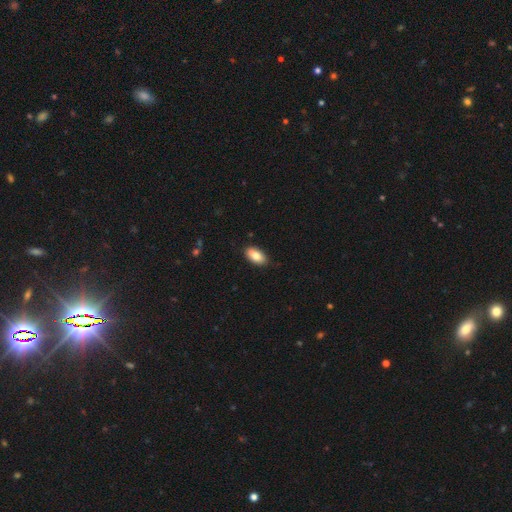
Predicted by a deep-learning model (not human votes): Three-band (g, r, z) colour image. It shows a smooth galaxy with no disk features (83%) that is in between round and cigar-shaped (93%). Merging: none (86%).